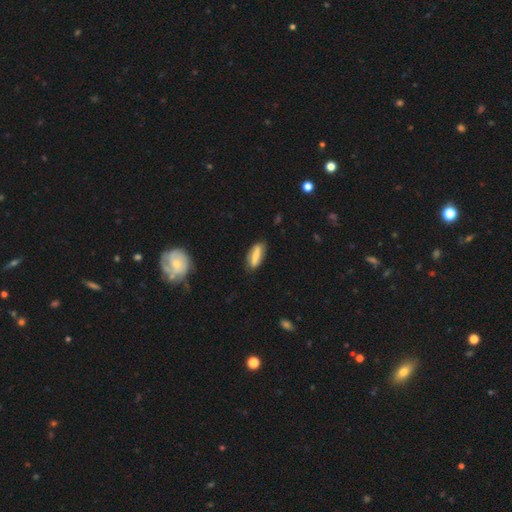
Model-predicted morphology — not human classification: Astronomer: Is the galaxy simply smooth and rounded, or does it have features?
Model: smooth — 71%.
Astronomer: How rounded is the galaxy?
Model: in between — 51% (runner-up: cigar-shaped, 46%).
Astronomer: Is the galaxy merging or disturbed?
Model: none — 80%.